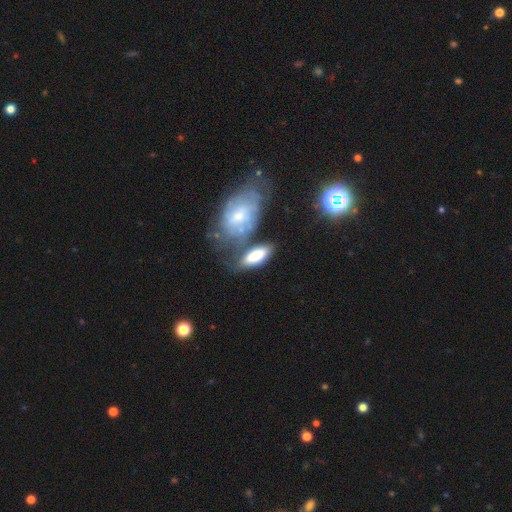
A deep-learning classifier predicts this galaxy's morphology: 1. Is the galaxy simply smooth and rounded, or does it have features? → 75% smooth, 18% featured or disk, 6% star or artifact.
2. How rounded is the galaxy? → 82% in between, 16% cigar-shaped, 3% round.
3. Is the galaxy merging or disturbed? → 52% none, 21% merger, 19% minor disturbance, 8% major disturbance.